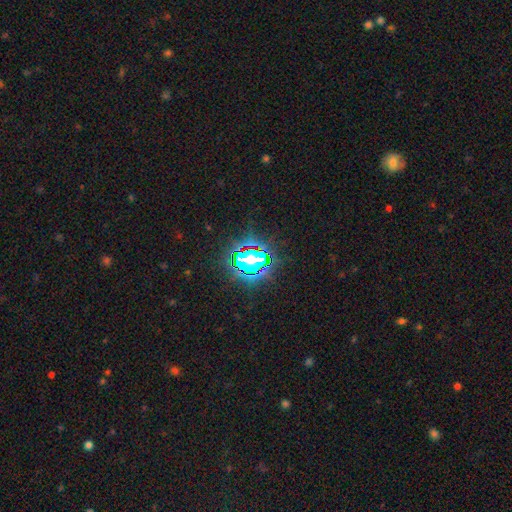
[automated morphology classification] This is likely a star or artifact rather than a galaxy (70%).